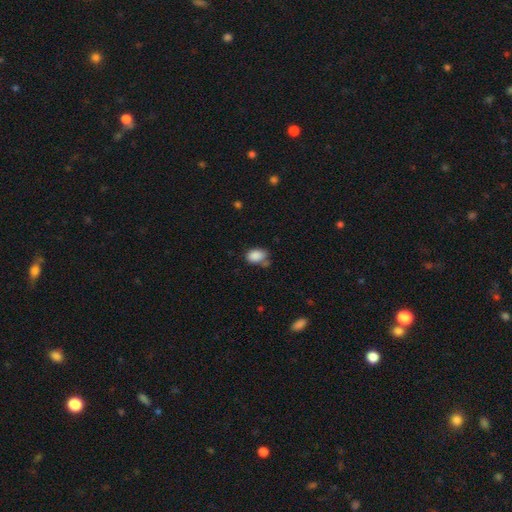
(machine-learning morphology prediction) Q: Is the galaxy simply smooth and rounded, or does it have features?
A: smooth — 87%.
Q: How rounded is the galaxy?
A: in between — 82%.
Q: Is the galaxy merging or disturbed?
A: none — 58%.